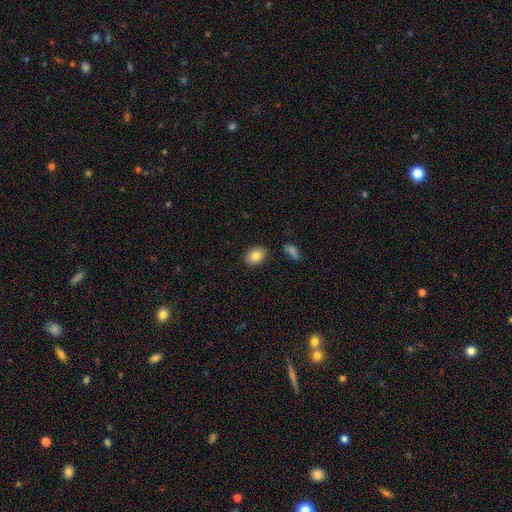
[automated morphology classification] The model was most divided on "how rounded": in between: 71%, round: 28%, cigar-shaped: 1%. More confident: smooth or featured — smooth (86%); merging — none (85%).